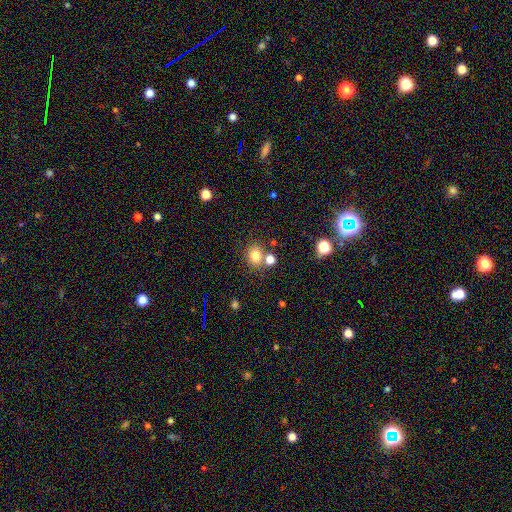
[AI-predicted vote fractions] Q: Smooth or featured?
A: smooth (79%); runner-up: star or artifact (14%)
Q: How rounded?
A: round (67%); runner-up: in between (32%)
Q: Merging?
A: none (68%); runner-up: merger (20%)